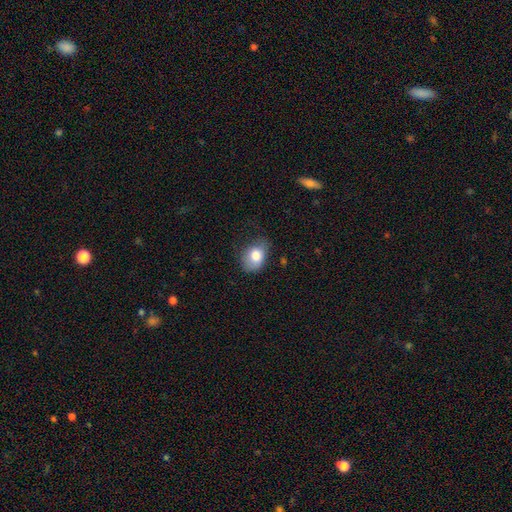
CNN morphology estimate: Smooth or featured? smooth (80%)
How rounded? in between (67%)
Merging? none (52%)